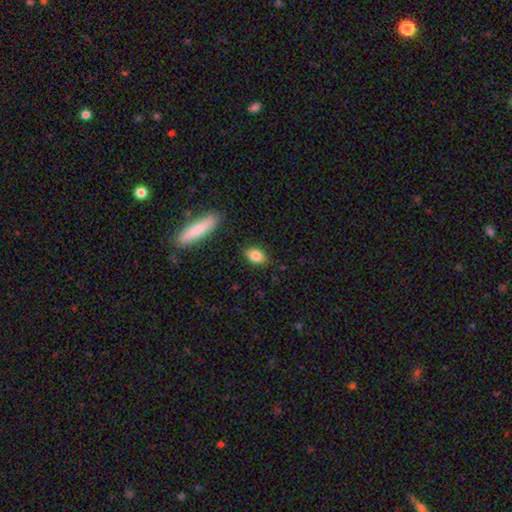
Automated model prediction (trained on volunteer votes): This appears to be a smooth galaxy with no disk features (84%) that is in between round and cigar-shaped (81%). Merging: none (86%).